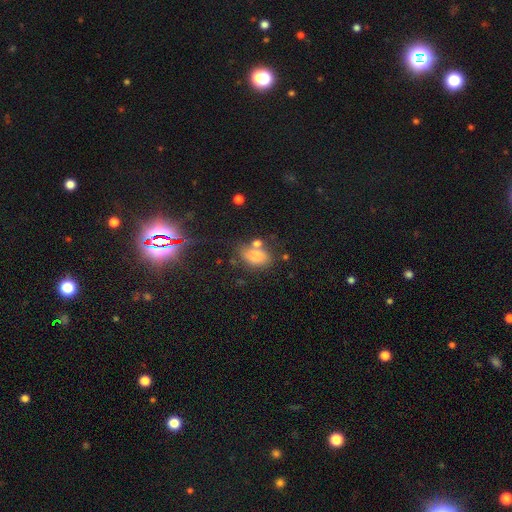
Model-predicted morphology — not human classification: smooth_or_featured: smooth (p=0.76) [alt: star or artifact p=0.13]
how_rounded: in between (p=0.85) [alt: round p=0.13]
merging: none (p=0.52) [alt: minor disturbance p=0.20]